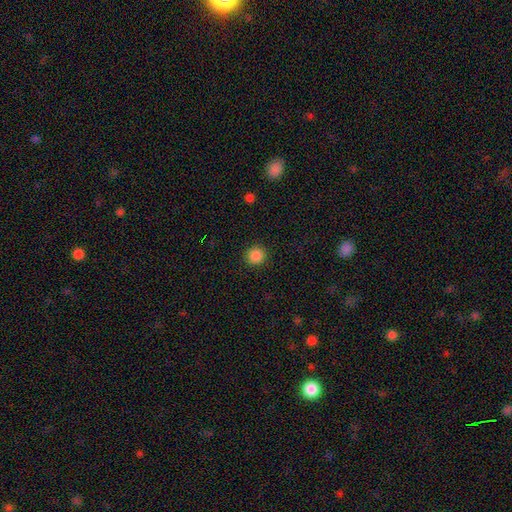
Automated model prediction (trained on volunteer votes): smooth-or-featured: smooth: 87% | star or artifact: 10% | featured or disk: 3%
  how-rounded: round: 94% | in between: 5% | cigar-shaped: 1%
  merging: none: 92% | minor disturbance: 5% | major disturbance: 2% | merger: 1%